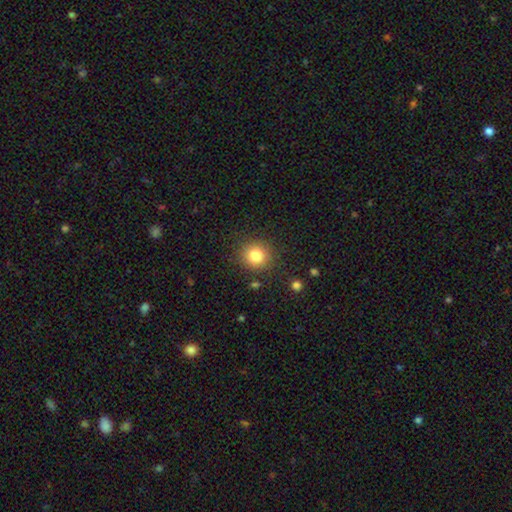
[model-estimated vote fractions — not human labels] Smooth or featured: smooth — 81% (star or artifact — 12%)
How rounded: round — 90% (in between — 9%)
Merging: none — 87% (minor disturbance — 8%)